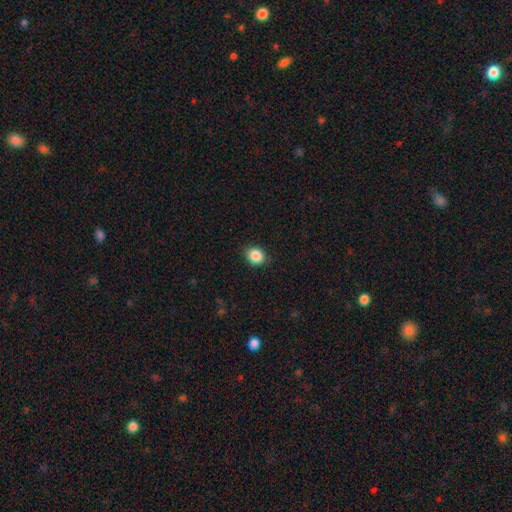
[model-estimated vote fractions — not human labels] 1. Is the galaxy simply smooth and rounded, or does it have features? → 87% smooth, 9% star or artifact, 4% featured or disk.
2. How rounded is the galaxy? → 68% round, 31% in between, 1% cigar-shaped.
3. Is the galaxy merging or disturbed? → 88% none, 9% minor disturbance, 2% major disturbance, 1% merger.